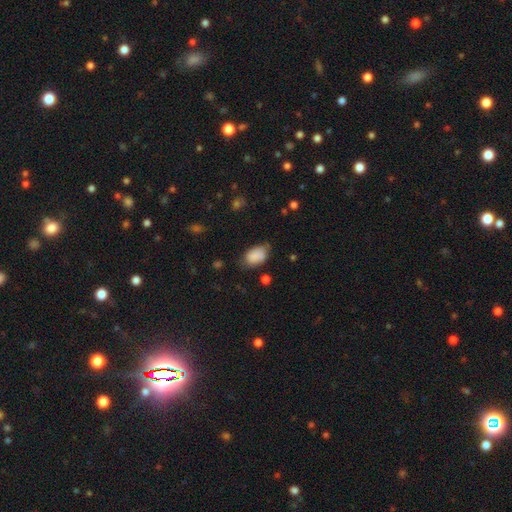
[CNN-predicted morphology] Q: Smooth or featured?
A: smooth (84%); runner-up: star or artifact (8%)
Q: How rounded?
A: in between (89%); runner-up: round (10%)
Q: Merging?
A: none (56%); runner-up: minor disturbance (32%)